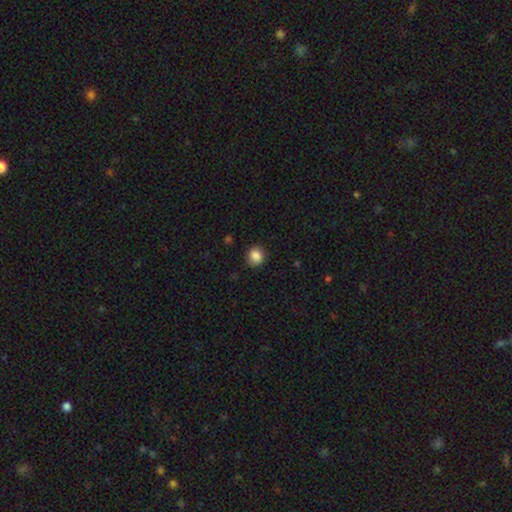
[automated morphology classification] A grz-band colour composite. It shows a smooth galaxy with no disk features (86%) that is round (82%). Merging: none (83%).